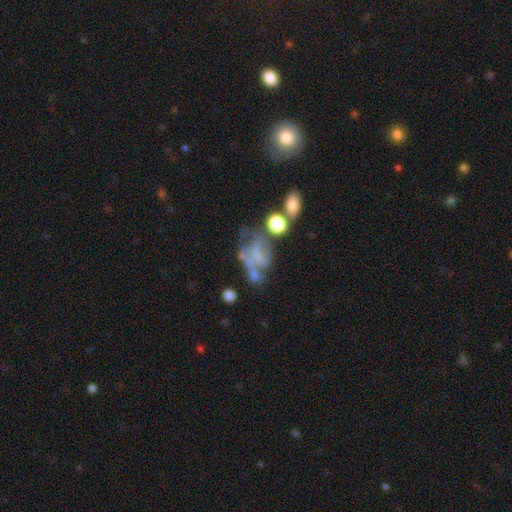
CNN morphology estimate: A featured or disk galaxy (49%).

Vote fractions:
- Smooth or featured? featured or disk: 49% / smooth: 34% / star or artifact: 16%
- Merging? major disturbance: 35% / none: 24% / merger: 23% / minor disturbance: 17%